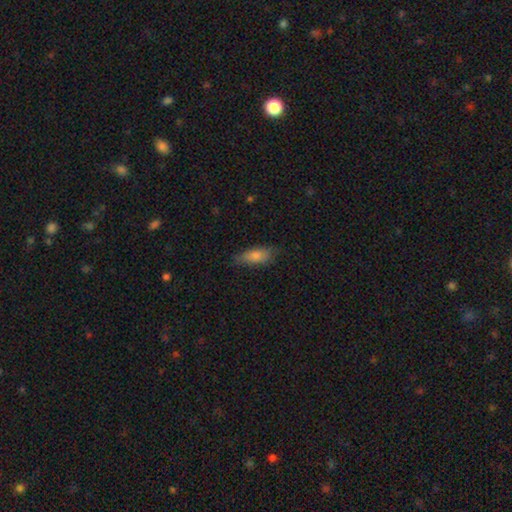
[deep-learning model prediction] This appears to be a smooth galaxy with no disk features (77%) that is in between round and cigar-shaped (63%). Merging: none (76%).